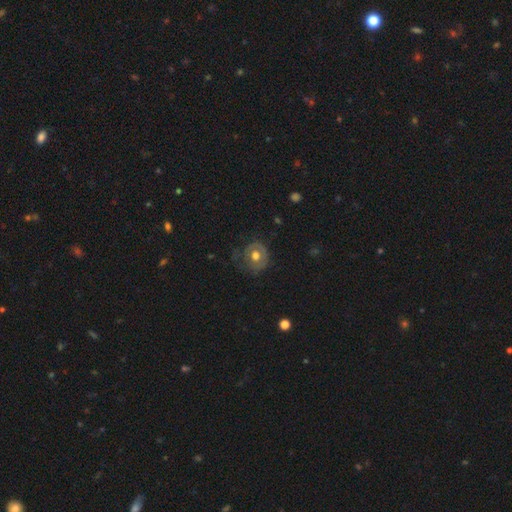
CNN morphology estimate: Smooth or featured?
  - smooth: 48% *
  - featured or disk: 44%
  - star or artifact: 8%
Merging?
  - none: 62% *
  - minor disturbance: 23%
  - major disturbance: 13%
  - merger: 1%